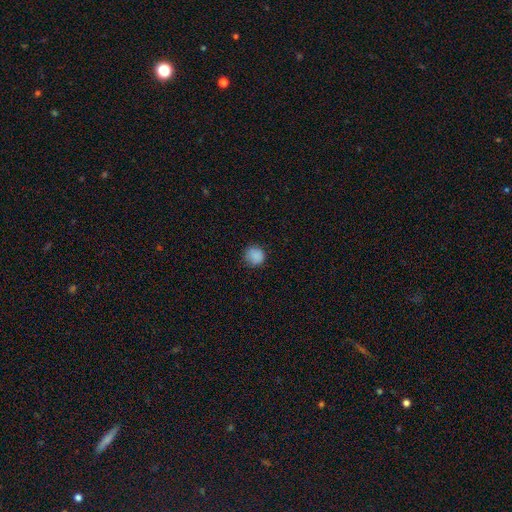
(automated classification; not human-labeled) A smooth galaxy with no disk features (86%) that is round (88%).

Vote fractions:
- Smooth or featured? smooth: 86% / star or artifact: 10% / featured or disk: 4%
- How rounded? round: 88% / in between: 11% / cigar-shaped: 1%
- Merging? none: 82% / minor disturbance: 13% / major disturbance: 3% / merger: 1%